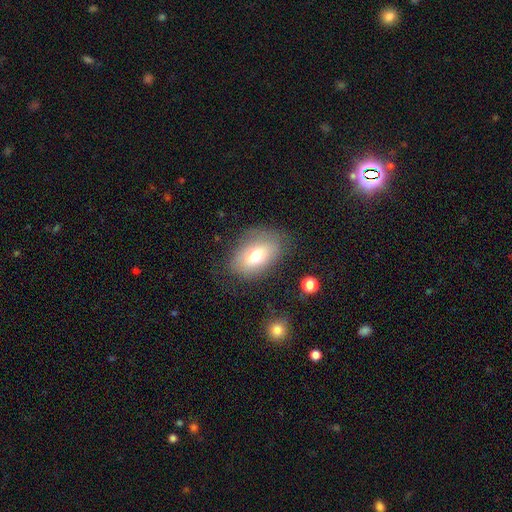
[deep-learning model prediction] A smooth galaxy with no disk features (71%) that is in between round and cigar-shaped (85%). Merging: none (72%).